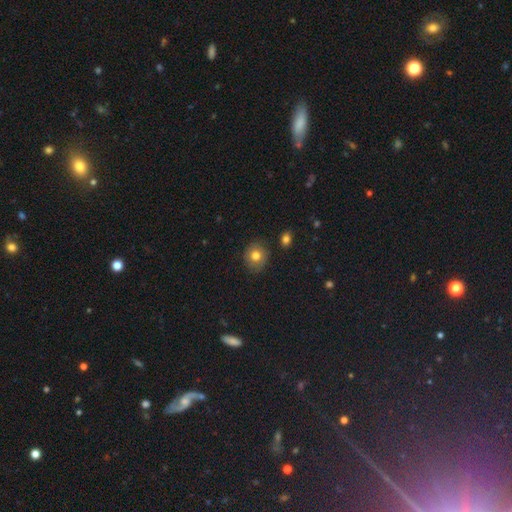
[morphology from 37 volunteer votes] smooth 78%, featured or disk 16%, star or artifact 5%. Down the decision tree: how rounded — round (79%); merging — none (83%).